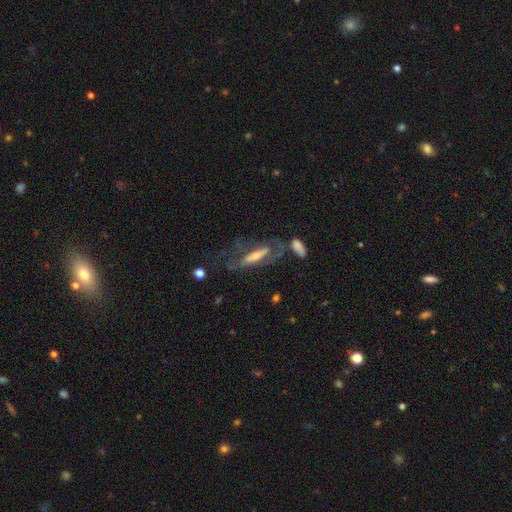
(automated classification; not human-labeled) featured or disk 59%, smooth 34%, star or artifact 7%. Down the decision tree: edge-on disk — no (58%); merging — major disturbance (38%).